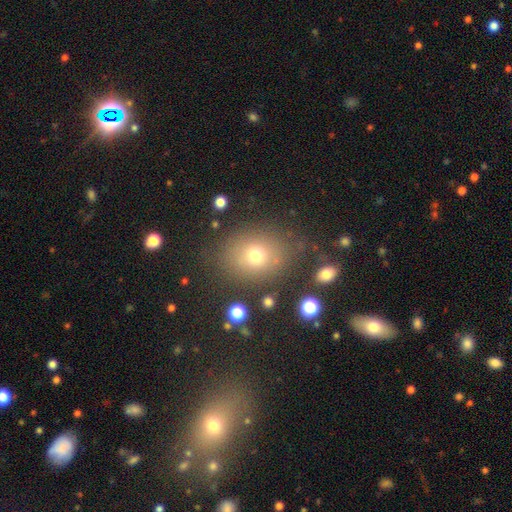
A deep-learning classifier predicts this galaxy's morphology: A smooth galaxy with no disk features (70%) that is round (61%).

Vote fractions:
- Smooth or featured? smooth: 70% / star or artifact: 17% / featured or disk: 13%
- How rounded? round: 61% / in between: 38% / cigar-shaped: 1%
- Merging? none: 78% / minor disturbance: 13% / major disturbance: 6% / merger: 4%